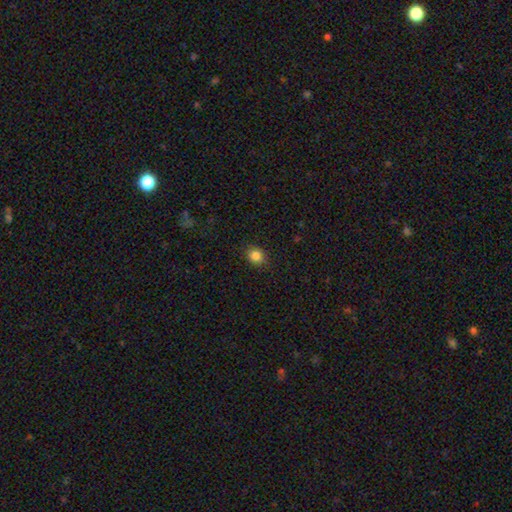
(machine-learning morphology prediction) A smooth galaxy with no disk features (85%) that is round (71%).

Vote fractions:
- Smooth or featured? smooth: 85% / star or artifact: 11% / featured or disk: 5%
- How rounded? round: 71% / in between: 28% / cigar-shaped: 1%
- Merging? none: 87% / minor disturbance: 9% / major disturbance: 2% / merger: 1%